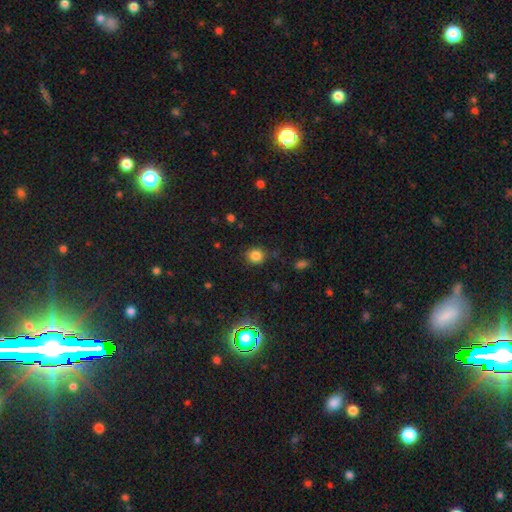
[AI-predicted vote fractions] Q: Smooth or featured?
A: smooth (81%); runner-up: star or artifact (14%)
Q: How rounded?
A: round (84%); runner-up: in between (15%)
Q: Merging?
A: none (83%); runner-up: minor disturbance (11%)